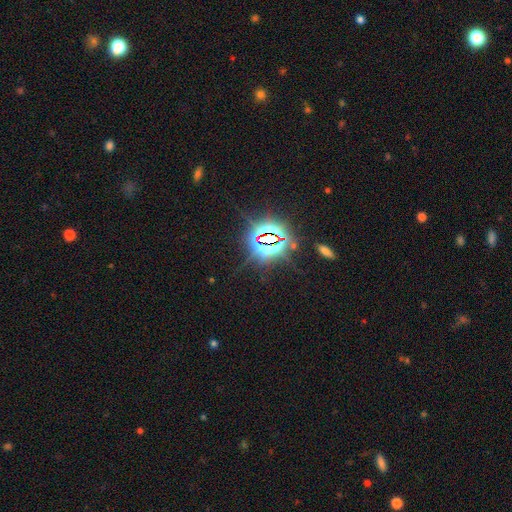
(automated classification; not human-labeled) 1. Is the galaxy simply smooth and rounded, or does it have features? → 85% star or artifact, 9% smooth, 6% featured or disk.